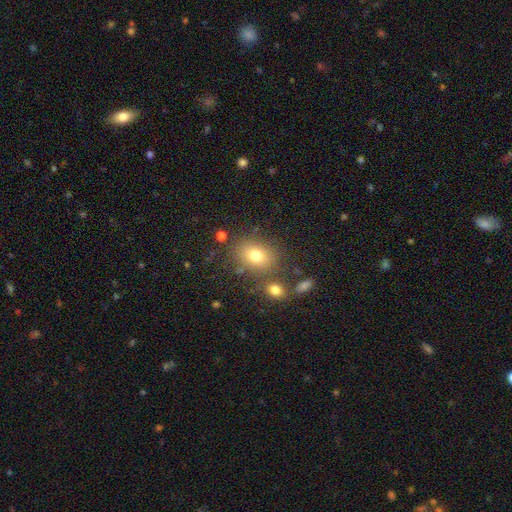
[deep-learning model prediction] Smooth or featured?
  - smooth: 75% *
  - star or artifact: 13%
  - featured or disk: 12%
How rounded?
  - in between: 59% *
  - round: 40%
  - cigar-shaped: 1%
Merging?
  - none: 73% *
  - minor disturbance: 12%
  - merger: 10%
  - major disturbance: 5%